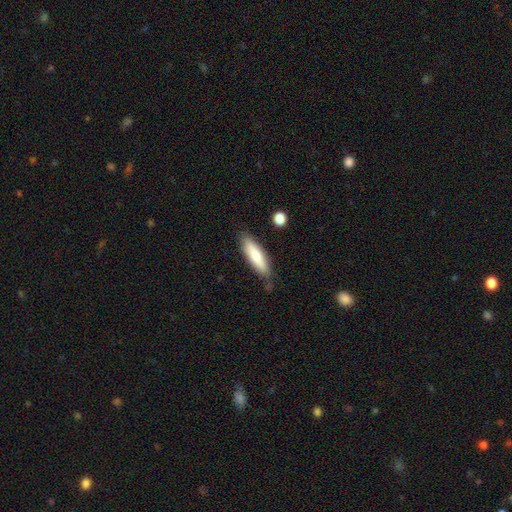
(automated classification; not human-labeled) Morphology: type=smooth (74%); roundness=cigar-shaped (65%); merging=none (81%).